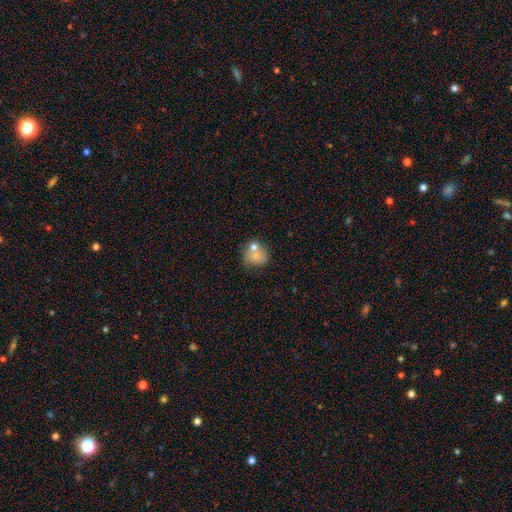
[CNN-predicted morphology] Smooth or featured?
  - smooth: 69% *
  - featured or disk: 22%
  - star or artifact: 10%
How rounded?
  - round: 77% *
  - in between: 22%
  - cigar-shaped: 1%
Merging?
  - none: 45% *
  - merger: 34%
  - minor disturbance: 15%
  - major disturbance: 6%